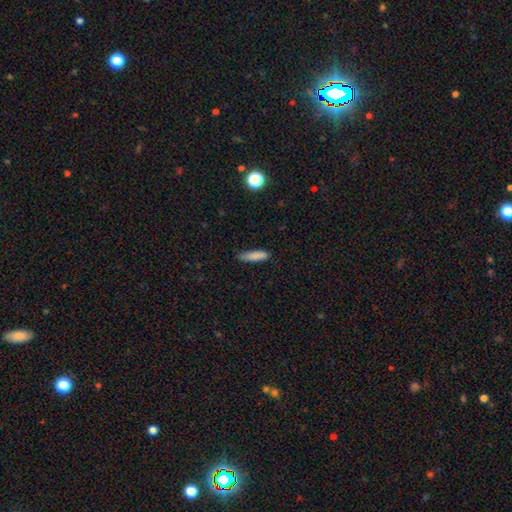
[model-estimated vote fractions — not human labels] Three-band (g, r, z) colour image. It shows a smooth galaxy with no disk features (83%) that is cigar-shaped (75%). Merging: none (72%).